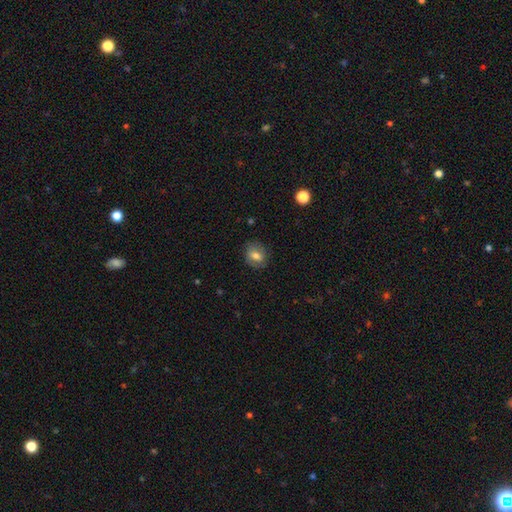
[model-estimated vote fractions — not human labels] Q: Smooth or featured?
A: smooth (67%); runner-up: featured or disk (23%)
Q: How rounded?
A: round (54%); runner-up: in between (45%)
Q: Merging?
A: none (79%); runner-up: minor disturbance (15%)